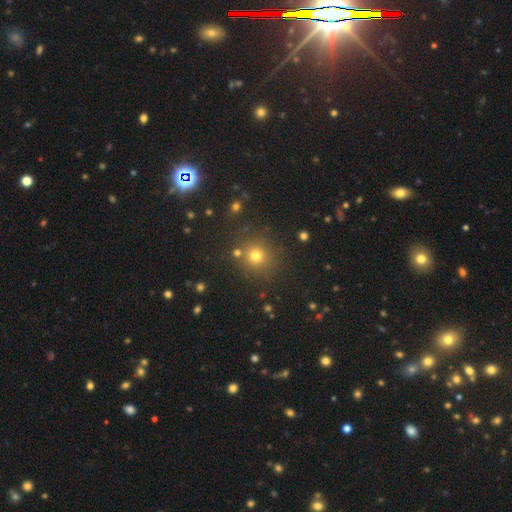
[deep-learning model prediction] This appears to be a smooth galaxy with no disk features (72%) that is round (92%). Merging: none (83%).